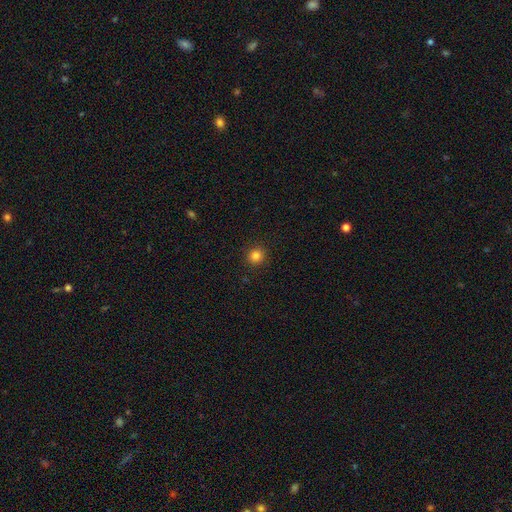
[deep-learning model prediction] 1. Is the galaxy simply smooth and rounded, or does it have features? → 82% smooth, 13% star or artifact, 5% featured or disk.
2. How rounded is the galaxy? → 93% round, 6% in between, 1% cigar-shaped.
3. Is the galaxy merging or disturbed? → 92% none, 5% minor disturbance, 2% major disturbance, 1% merger.